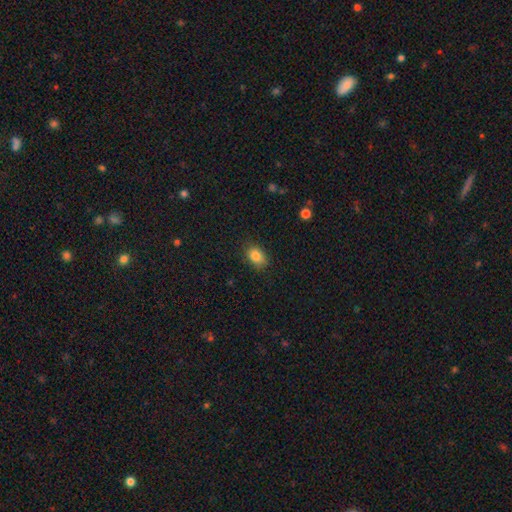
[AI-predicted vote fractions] Smooth or featured? Predicted: smooth (p=0.84). How rounded? Predicted: in between (p=0.75). Merging? Predicted: none (p=0.81).